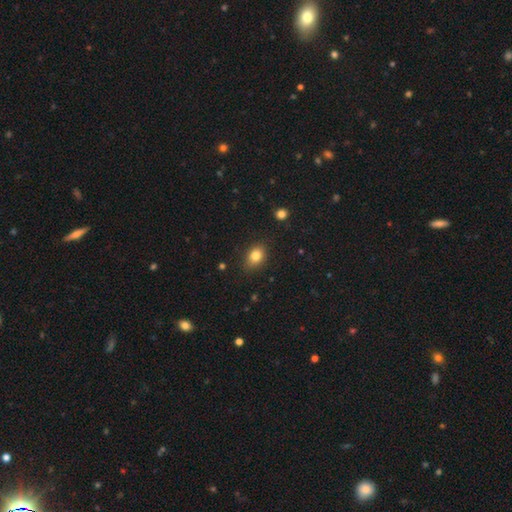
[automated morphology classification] type=smooth (82%); roundness=in between (67%); merging=none (83%).